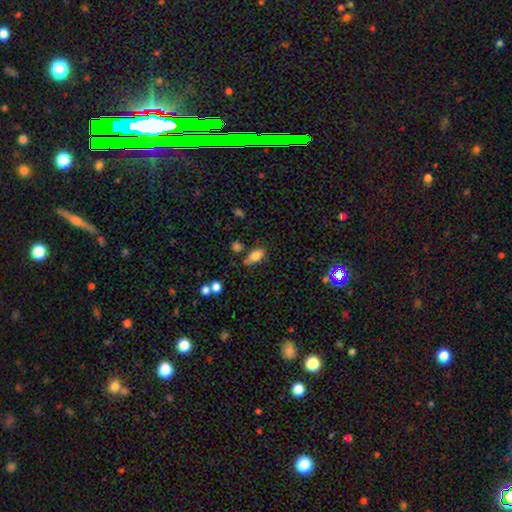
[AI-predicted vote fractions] smooth_or_featured: smooth (p=0.81) [alt: featured or disk p=0.10]
how_rounded: in between (p=0.89) [alt: round p=0.07]
merging: none (p=0.62) [alt: minor disturbance p=0.24]